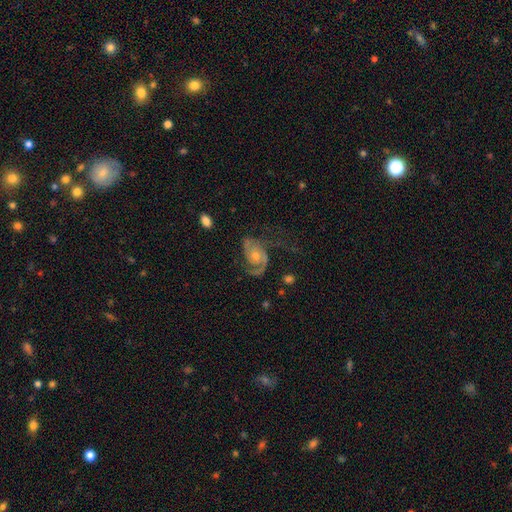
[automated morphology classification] smooth_or_featured: featured or disk (p=0.85) [alt: smooth p=0.08]
disk_edge_on: no (p=0.97) [alt: yes p=0.03]
bar: no (p=0.72) [alt: weak p=0.23]
has_spiral_arms: yes (p=0.96) [alt: no p=0.04]
spiral_winding: medium (p=0.48) [alt: tight p=0.29]
spiral_arm_count: 2 (p=0.78) [alt: 1 p=0.10]
bulge_size: moderate (p=0.55) [alt: small p=0.39]
merging: none (p=0.56) [alt: major disturbance p=0.22]